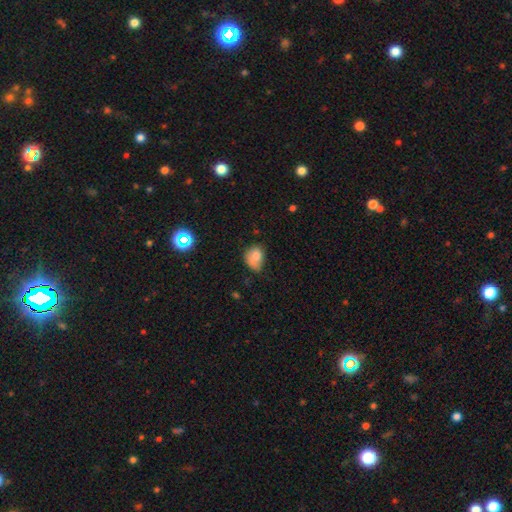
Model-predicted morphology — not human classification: smooth-or-featured: smooth: 76% | featured or disk: 13% | star or artifact: 11%
  how-rounded: in between: 61% | round: 38% | cigar-shaped: 1%
  merging: minor disturbance: 42% | none: 34% | major disturbance: 20% | merger: 5%